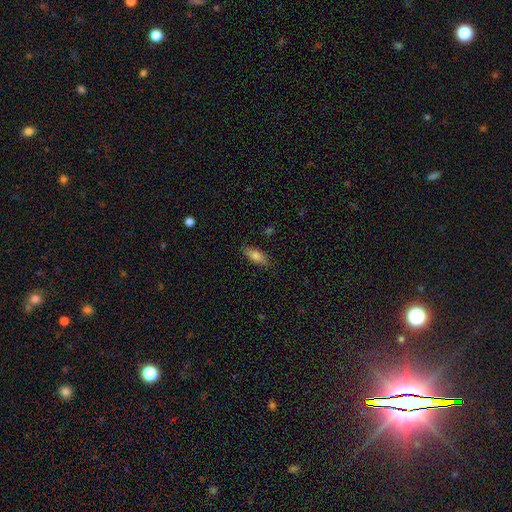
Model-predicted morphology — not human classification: A smooth galaxy with no disk features (77%) that is in between round and cigar-shaped (66%). Merging: none (81%).